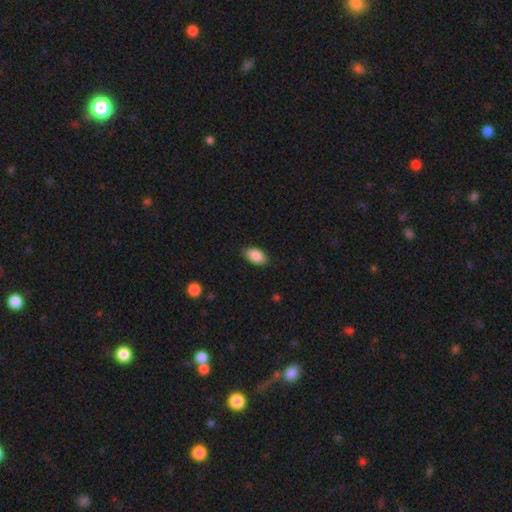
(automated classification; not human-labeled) Smooth or featured?
  - smooth: 88% *
  - star or artifact: 7%
  - featured or disk: 5%
How rounded?
  - in between: 94% *
  - round: 4%
  - cigar-shaped: 2%
Merging?
  - none: 87% *
  - minor disturbance: 10%
  - major disturbance: 2%
  - merger: 1%